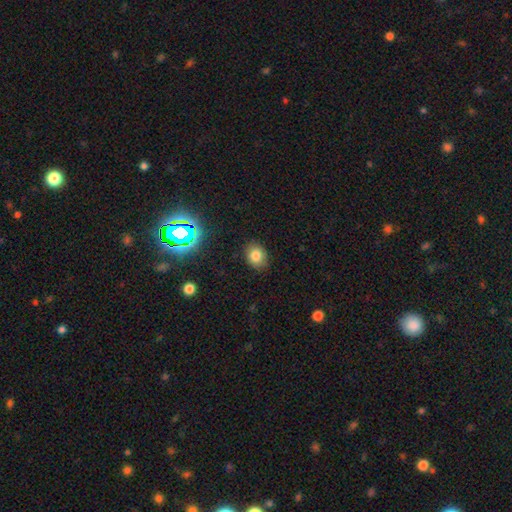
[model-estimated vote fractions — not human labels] smooth_or_featured: smooth (p=0.78) [alt: star or artifact p=0.14]
how_rounded: in between (p=0.53) [alt: round p=0.47]
merging: none (p=0.86) [alt: minor disturbance p=0.10]